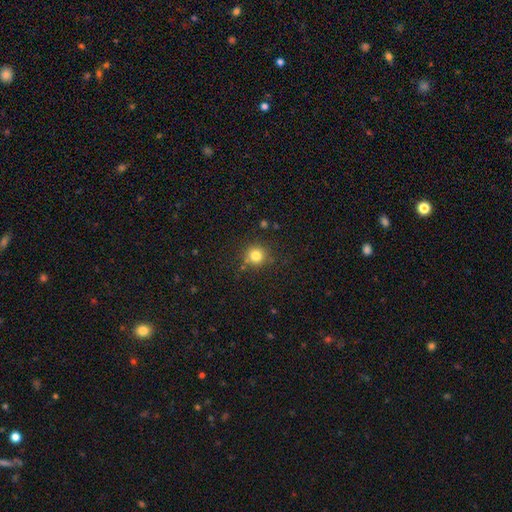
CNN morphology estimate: This is clearly a smooth galaxy (81%). How rounded: clearly round (92%). Merging: likely none (80%).